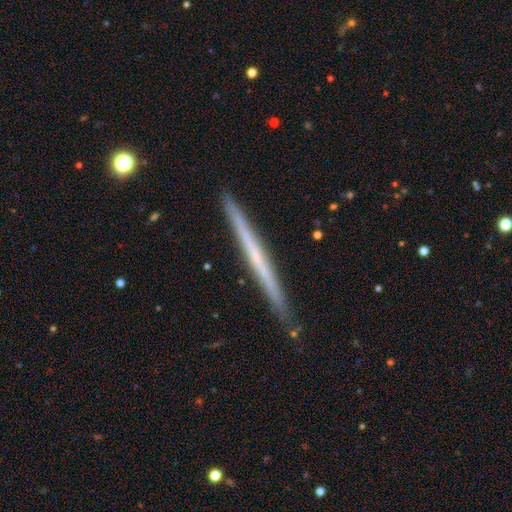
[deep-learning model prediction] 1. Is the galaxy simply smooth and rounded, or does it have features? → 58% featured or disk, 36% smooth, 6% star or artifact.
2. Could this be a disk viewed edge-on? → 98% yes, 2% no.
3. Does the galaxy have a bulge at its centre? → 88% none, 8% rounded, 3% boxy.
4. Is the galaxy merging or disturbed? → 90% none, 7% minor disturbance, 1% merger, 1% major disturbance.